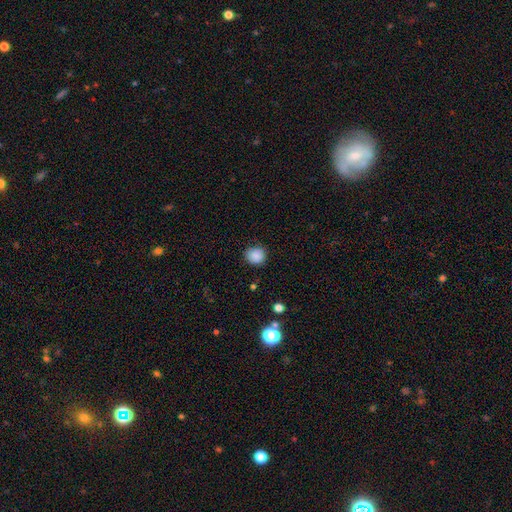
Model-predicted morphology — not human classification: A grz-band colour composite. It shows a smooth galaxy with no disk features (87%) that is round (84%). Merging: none (85%).